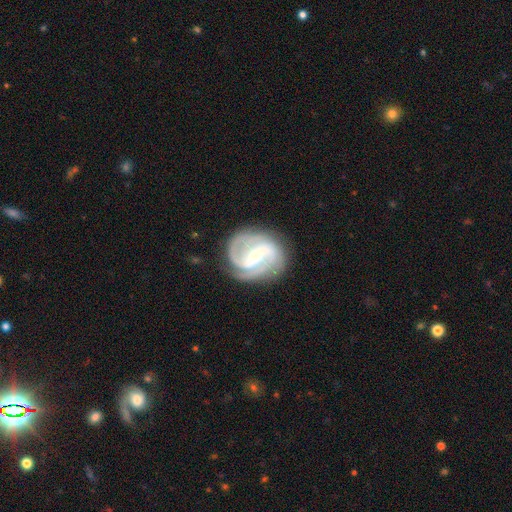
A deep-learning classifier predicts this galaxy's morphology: Smooth or featured: featured or disk — 91% (smooth — 5%)
Edge-on disk: no — 98% (yes — 2%)
Bar: strong — 43% (weak — 42%)
Spiral arms: yes — 98% (no — 2%)
Spiral winding: medium — 47% (tight — 43%)
Spiral arm count: 2 — 39% (3 — 37%)
Bulge size: small — 61% (moderate — 35%)
Merging: none — 79% (minor disturbance — 14%)